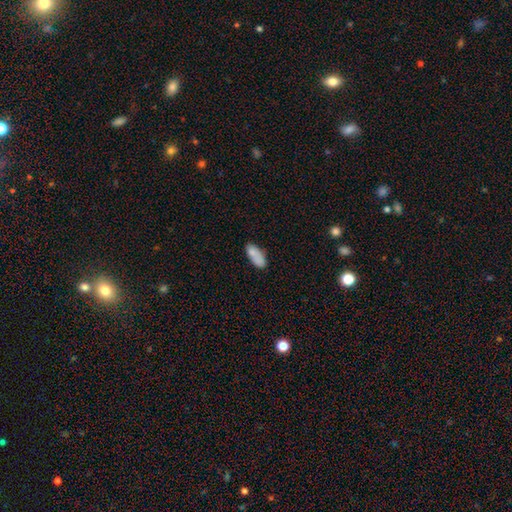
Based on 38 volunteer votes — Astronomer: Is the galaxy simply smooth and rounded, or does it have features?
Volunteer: smooth — 82%.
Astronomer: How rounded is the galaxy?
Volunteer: in between — 74%.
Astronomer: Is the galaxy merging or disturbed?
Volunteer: none — 54%.